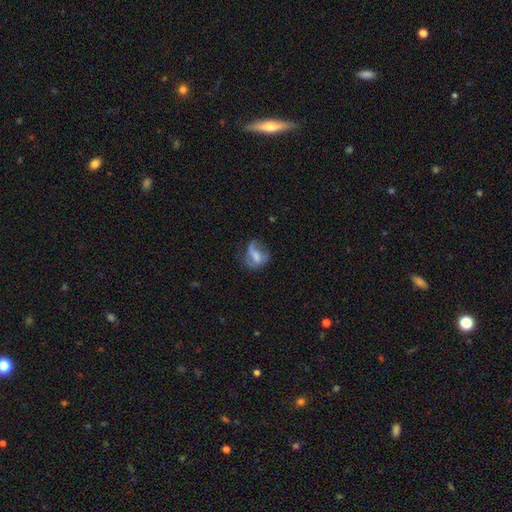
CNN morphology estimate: A smooth galaxy with no disk features (46%).

Vote fractions:
- Smooth or featured? smooth: 46% / featured or disk: 43% / star or artifact: 10%
- Merging? none: 38% / major disturbance: 33% / minor disturbance: 26% / merger: 3%